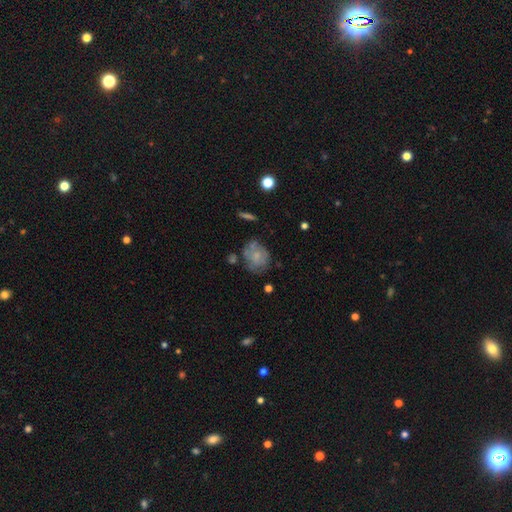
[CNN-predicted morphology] Smooth or featured? smooth (59%)
How rounded? round (58%)
Merging? none (55%)